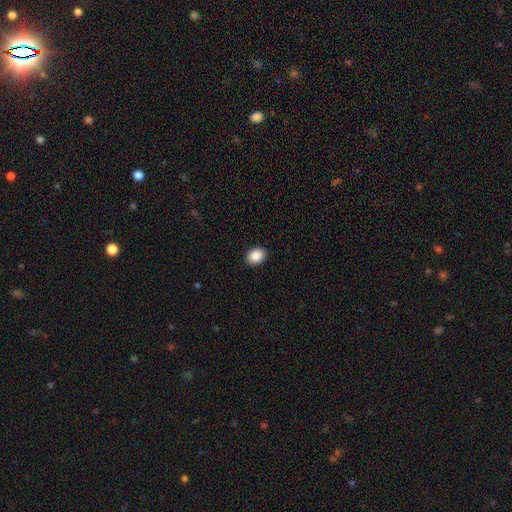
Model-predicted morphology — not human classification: smooth_or_featured: smooth (p=0.88) [alt: star or artifact p=0.08]
how_rounded: in between (p=0.64) [alt: round p=0.36]
merging: none (p=0.91) [alt: minor disturbance p=0.07]